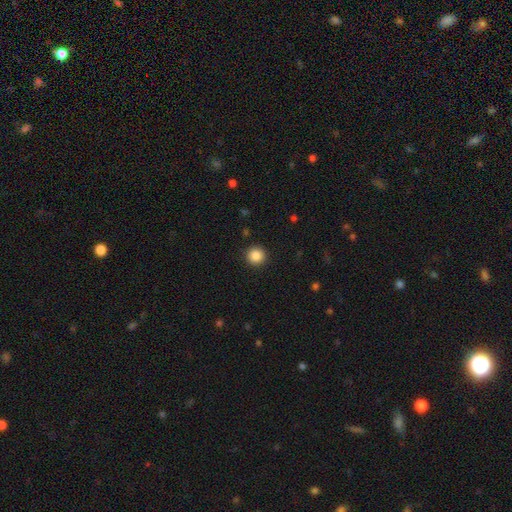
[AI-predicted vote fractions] Smooth or featured?
  - smooth: 86% *
  - star or artifact: 10%
  - featured or disk: 4%
How rounded?
  - round: 95% *
  - in between: 4%
  - cigar-shaped: 1%
Merging?
  - none: 92% *
  - minor disturbance: 5%
  - major disturbance: 2%
  - merger: 1%